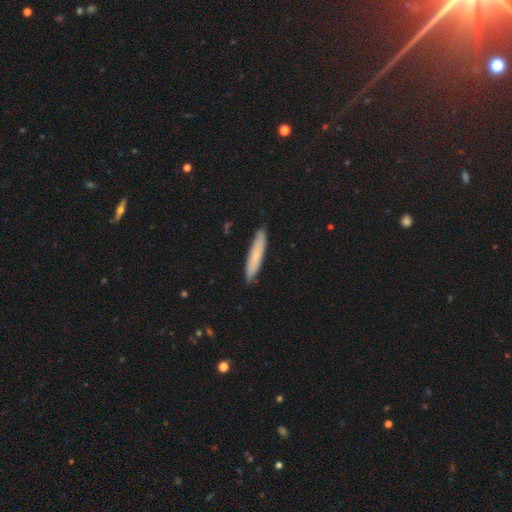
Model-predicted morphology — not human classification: type=smooth (71%); roundness=cigar-shaped (92%); merging=none (89%).